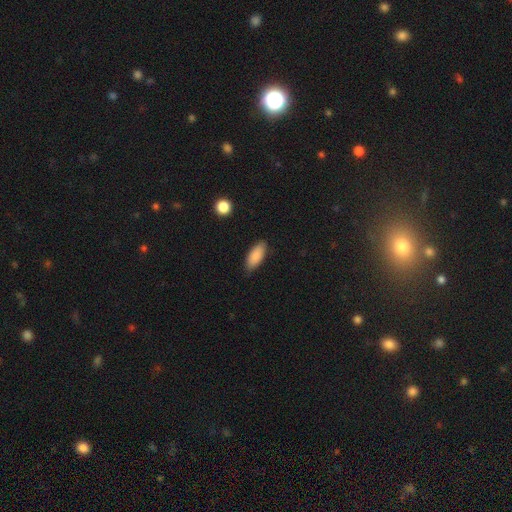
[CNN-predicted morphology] type=smooth (87%); roundness=in between (82%); merging=none (84%).